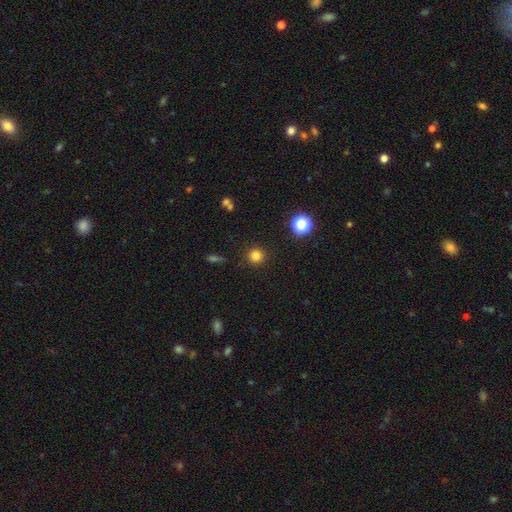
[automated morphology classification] Q: Smooth or featured?
A: smooth (81%); runner-up: star or artifact (14%)
Q: How rounded?
A: round (95%); runner-up: in between (4%)
Q: Merging?
A: none (91%); runner-up: minor disturbance (6%)